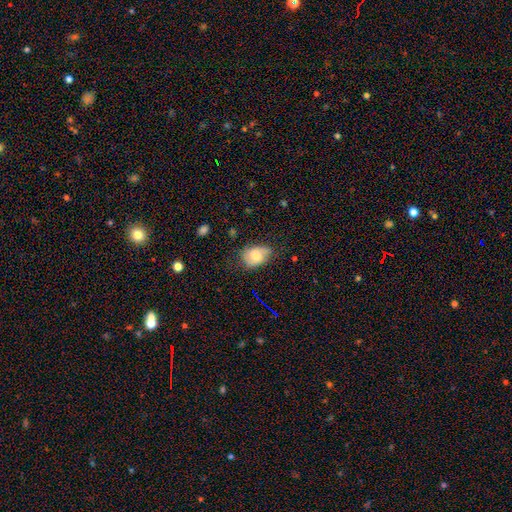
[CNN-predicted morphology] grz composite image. It shows a smooth galaxy with no disk features (53%) that is in between round and cigar-shaped (73%). Merging: none (60%).